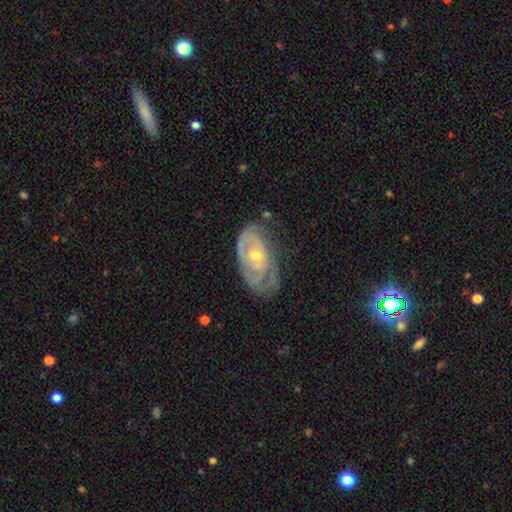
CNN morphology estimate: smooth_or_featured: featured or disk (p=0.77) [alt: smooth p=0.17]
disk_edge_on: no (p=0.94) [alt: yes p=0.06]
bar: no (p=0.71) [alt: weak p=0.24]
has_spiral_arms: yes (p=0.76) [alt: no p=0.24]
spiral_winding: tight (p=0.65) [alt: medium p=0.25]
spiral_arm_count: can't tell (p=0.44) [alt: 2 p=0.31]
bulge_size: moderate (p=0.54) [alt: small p=0.42]
merging: none (p=0.50) [alt: minor disturbance p=0.29]